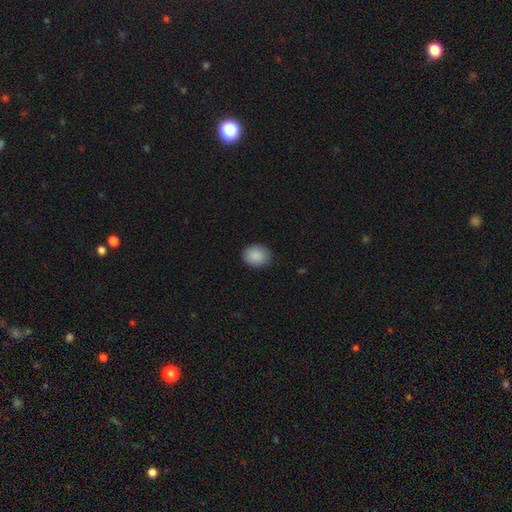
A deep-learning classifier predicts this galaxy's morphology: type=smooth (89%); roundness=round (60%); merging=none (86%).